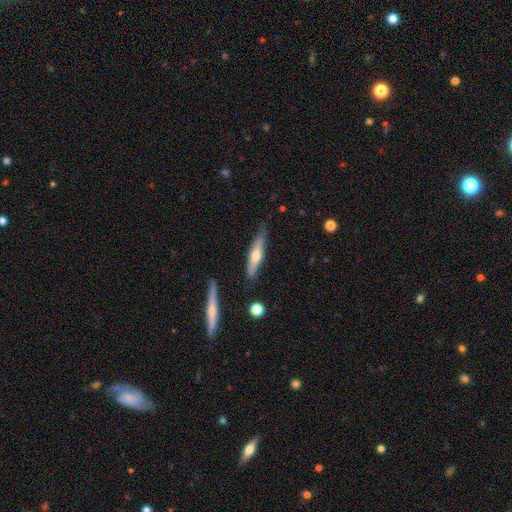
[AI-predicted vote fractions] This is possibly a featured or disk galaxy (49%). Merging: likely none (76%).